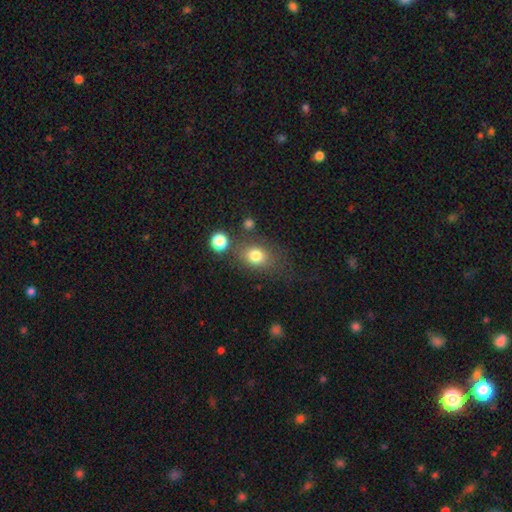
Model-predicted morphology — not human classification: smooth-or-featured: smooth: 78% | star or artifact: 12% | featured or disk: 10%
  how-rounded: in between: 53% | round: 46% | cigar-shaped: 1%
  merging: none: 65% | minor disturbance: 17% | merger: 10% | major disturbance: 9%